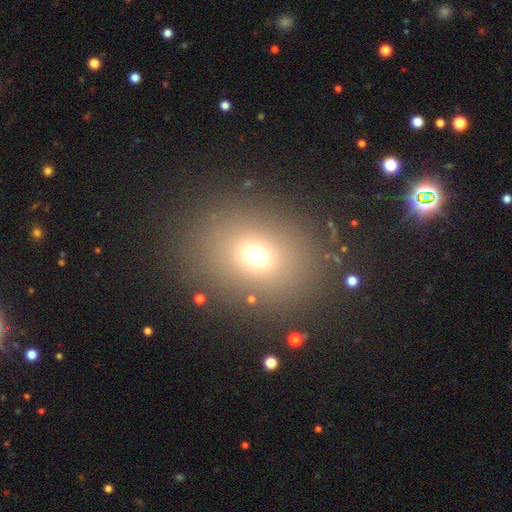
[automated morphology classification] Overall: smooth (67%). How rounded: round (55%; in between 44%). Merging: none (83%).